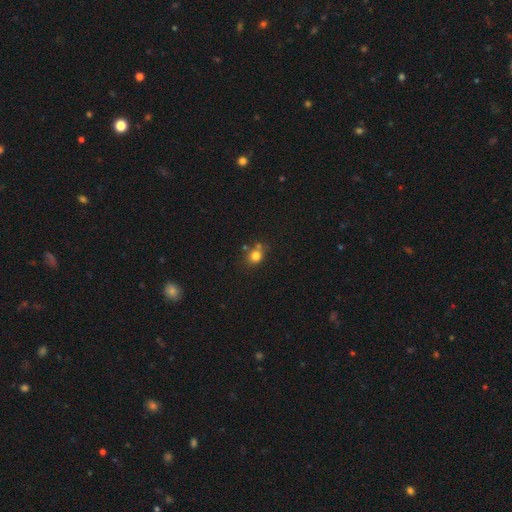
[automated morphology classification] Smooth or featured?
  - smooth: 79% *
  - star or artifact: 13%
  - featured or disk: 8%
How rounded?
  - round: 70% *
  - in between: 29%
  - cigar-shaped: 1%
Merging?
  - none: 62% *
  - merger: 18%
  - minor disturbance: 15%
  - major disturbance: 5%